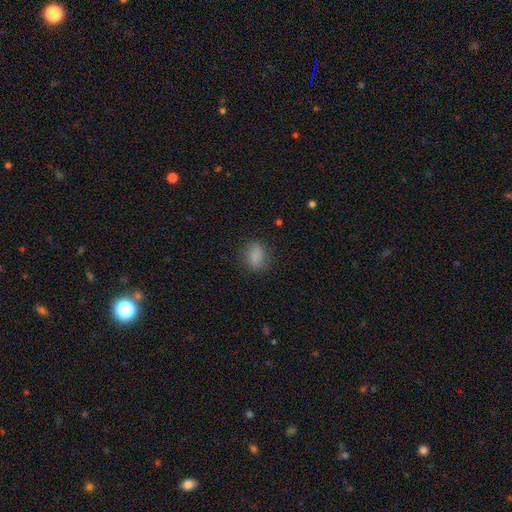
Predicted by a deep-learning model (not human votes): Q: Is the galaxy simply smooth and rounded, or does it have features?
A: smooth — 85%.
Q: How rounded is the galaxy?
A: in between — 65%.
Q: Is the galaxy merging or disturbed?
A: none — 81%.